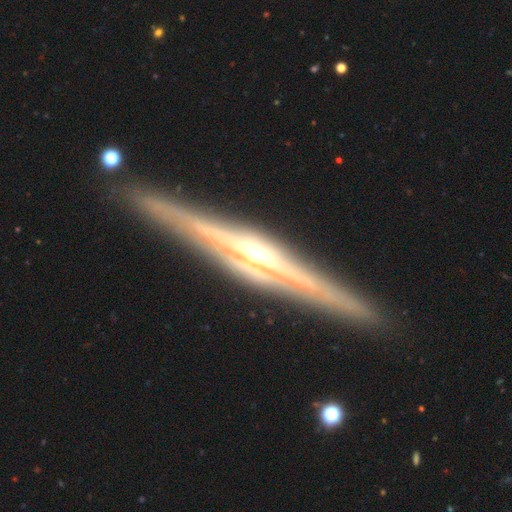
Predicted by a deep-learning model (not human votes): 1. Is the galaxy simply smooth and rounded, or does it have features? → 91% featured or disk, 5% star or artifact, 4% smooth.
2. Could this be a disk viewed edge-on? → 98% yes, 2% no.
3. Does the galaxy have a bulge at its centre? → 75% rounded, 16% boxy, 9% none.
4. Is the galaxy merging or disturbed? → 92% none, 5% minor disturbance, 1% major disturbance, 1% merger.